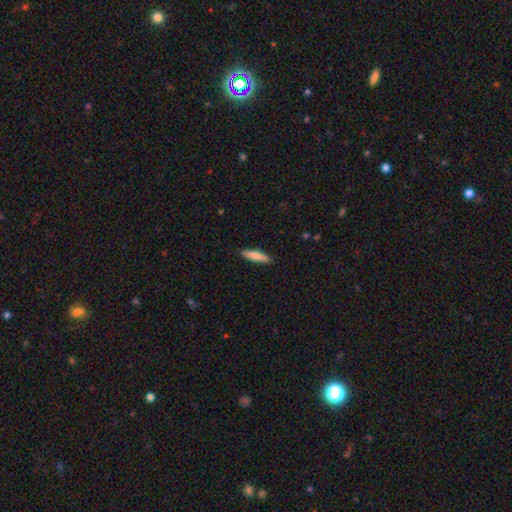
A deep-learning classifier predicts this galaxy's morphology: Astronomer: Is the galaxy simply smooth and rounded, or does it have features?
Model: smooth — 80%.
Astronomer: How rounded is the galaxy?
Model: cigar-shaped — 76%.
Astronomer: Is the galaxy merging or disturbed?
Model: none — 90%.